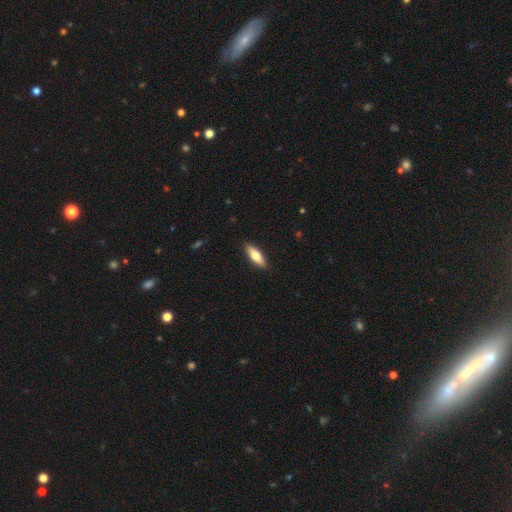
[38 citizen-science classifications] Smooth or featured: smooth — 53% (featured or disk — 47%)
How rounded: in between — 60% (cigar-shaped — 40%)
Merging: none — 92% (minor disturbance — 8%)